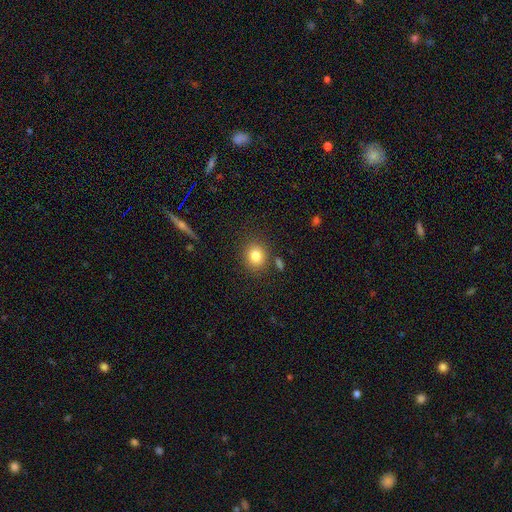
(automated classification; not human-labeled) This appears to be a smooth galaxy with no disk features (82%) that is round (79%). Merging: none (83%).